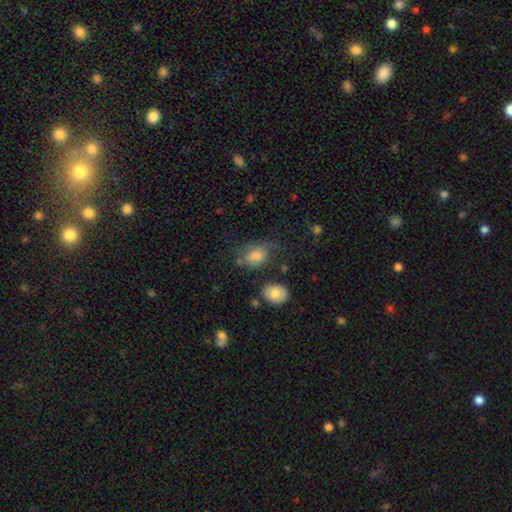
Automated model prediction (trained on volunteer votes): Morphology: type=smooth (78%); roundness=in between (74%); merging=none (50%).